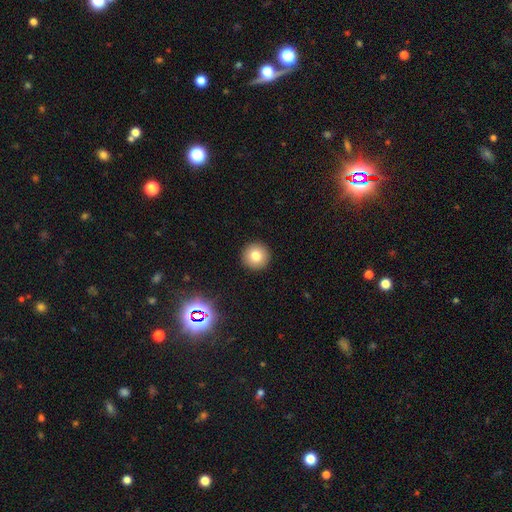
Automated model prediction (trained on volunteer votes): The model was most divided on "smooth or featured": smooth: 78%, star or artifact: 12%, featured or disk: 10%. More confident: how rounded — round (96%); merging — none (93%).